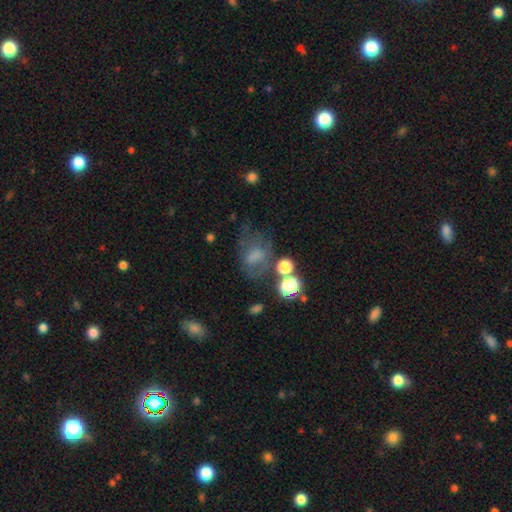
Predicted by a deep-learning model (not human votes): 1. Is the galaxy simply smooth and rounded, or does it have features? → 54% smooth, 28% featured or disk, 19% star or artifact.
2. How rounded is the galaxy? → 56% in between, 43% round, 2% cigar-shaped.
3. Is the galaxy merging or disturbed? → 42% none, 25% major disturbance, 22% minor disturbance, 11% merger.